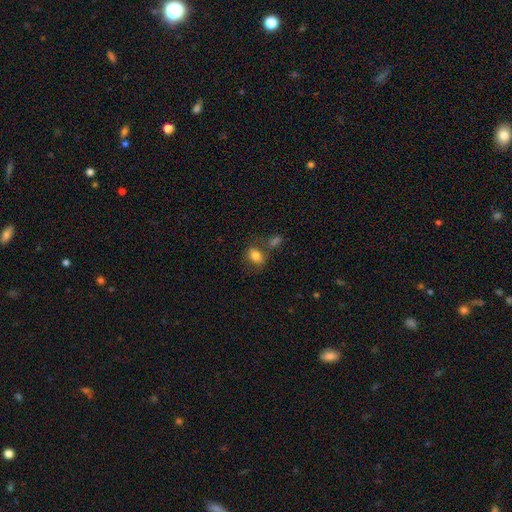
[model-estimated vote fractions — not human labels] Q: Smooth or featured?
A: smooth (79%); runner-up: featured or disk (11%)
Q: How rounded?
A: in between (73%); runner-up: round (25%)
Q: Merging?
A: none (60%); runner-up: minor disturbance (17%)